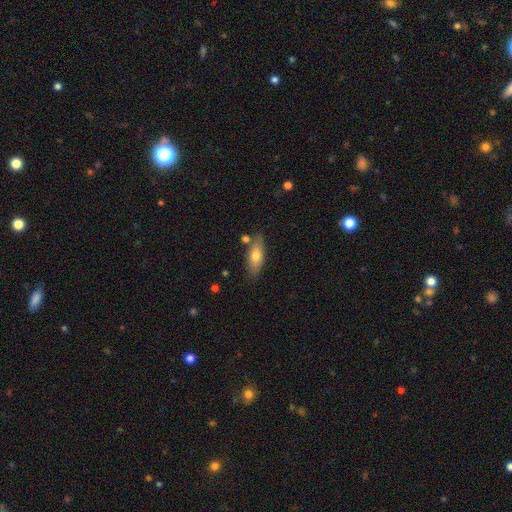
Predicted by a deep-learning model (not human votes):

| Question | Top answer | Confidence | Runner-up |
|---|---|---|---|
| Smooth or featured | smooth | 69% | featured or disk (24%) |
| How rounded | in between | 70% | cigar-shaped (27%) |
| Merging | none | 75% | minor disturbance (15%) |